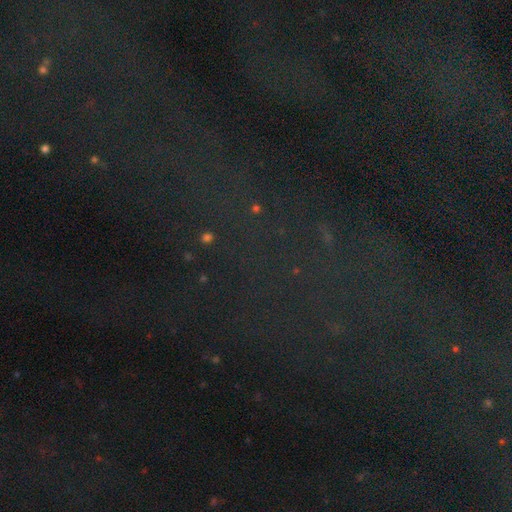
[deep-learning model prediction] smooth-or-featured: star or artifact: 78% | smooth: 13% | featured or disk: 10%